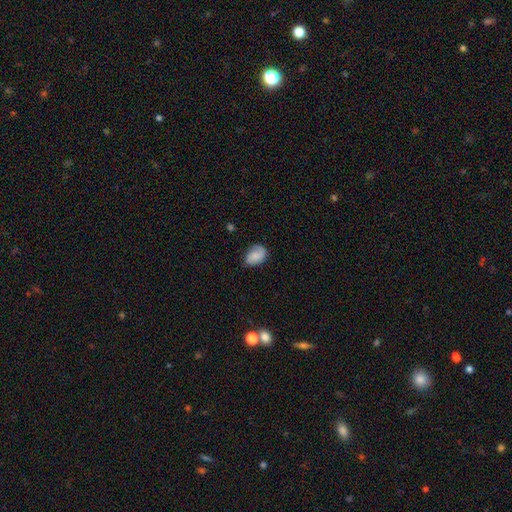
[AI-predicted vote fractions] This appears to be a smooth galaxy with no disk features (64%) that is in between round and cigar-shaped (79%). Merging: none (66%).